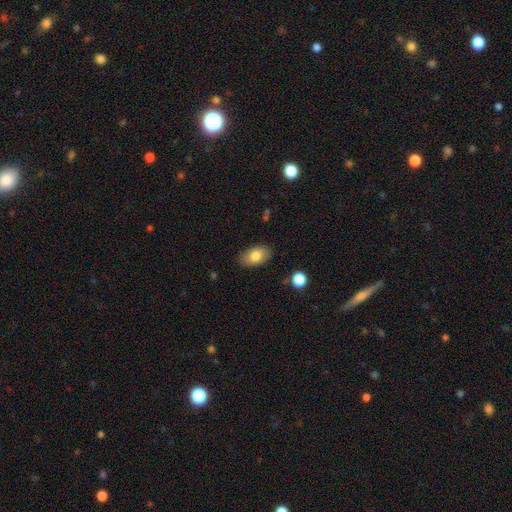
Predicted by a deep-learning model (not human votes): This appears to be a smooth galaxy with no disk features (80%) that is in between round and cigar-shaped (91%). Merging: none (83%).